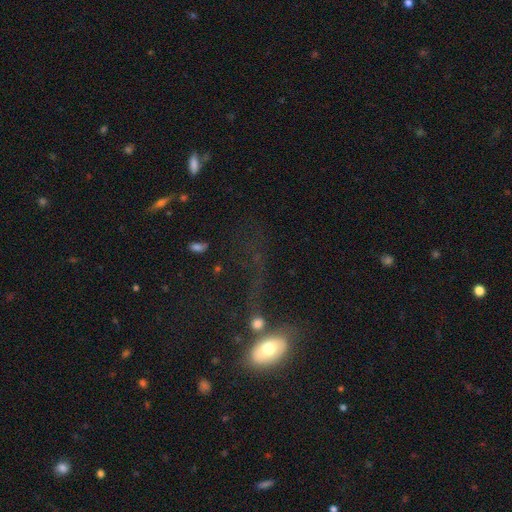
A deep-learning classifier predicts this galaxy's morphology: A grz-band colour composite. It shows a smooth galaxy with no disk features (40%). Merging: none (38%).